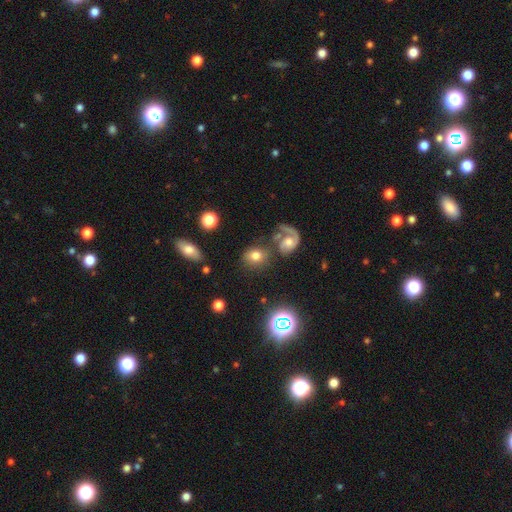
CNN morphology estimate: Overall: smooth (67%). How rounded: round (61%; in between 38%). Merging: none (58%; merger 19%).